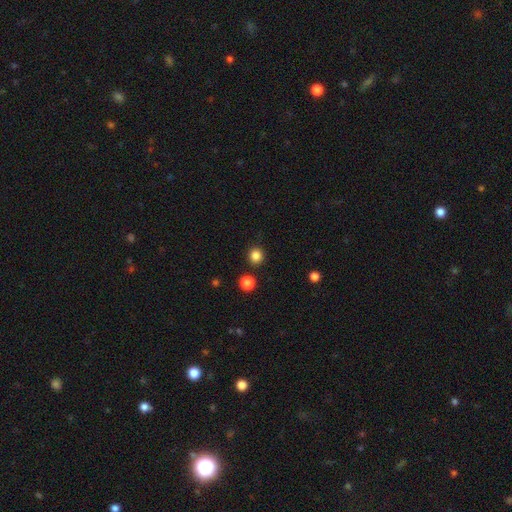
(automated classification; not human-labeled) Smooth or featured?
  - smooth: 84% *
  - star or artifact: 12%
  - featured or disk: 3%
How rounded?
  - round: 92% *
  - in between: 7%
  - cigar-shaped: 1%
Merging?
  - none: 90% *
  - minor disturbance: 5%
  - merger: 3%
  - major disturbance: 2%